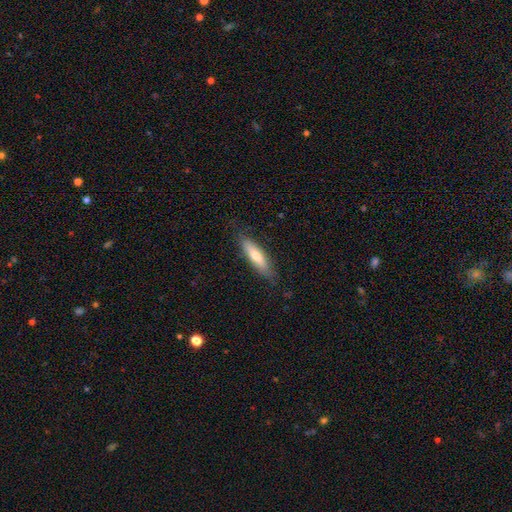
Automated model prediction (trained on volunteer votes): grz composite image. It shows a smooth galaxy with no disk features (67%) that is cigar-shaped (65%). Merging: none (81%).